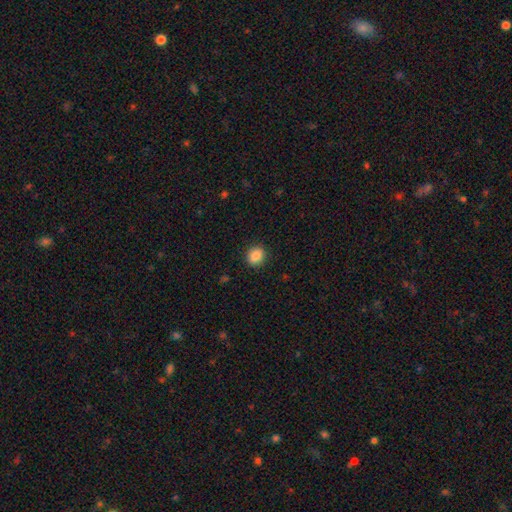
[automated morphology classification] smooth-or-featured: smooth: 86% | star or artifact: 9% | featured or disk: 4%
  how-rounded: round: 64% | in between: 35% | cigar-shaped: 1%
  merging: none: 88% | minor disturbance: 8% | major disturbance: 2% | merger: 1%